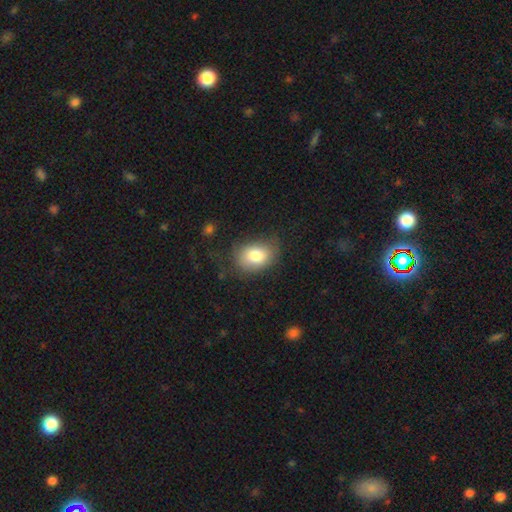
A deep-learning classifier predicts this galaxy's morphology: A smooth galaxy with no disk features (80%) that is in between round and cigar-shaped (72%). Merging: none (68%).